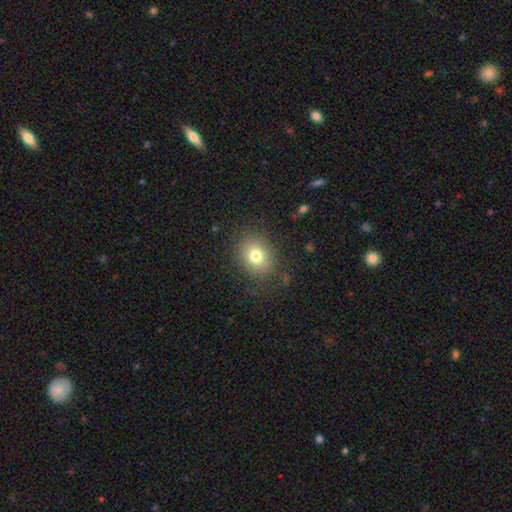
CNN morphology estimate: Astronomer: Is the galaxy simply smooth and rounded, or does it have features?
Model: smooth — 75%.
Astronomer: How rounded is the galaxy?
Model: round — 55% (runner-up: in between, 44%).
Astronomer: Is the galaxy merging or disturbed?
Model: none — 79%.